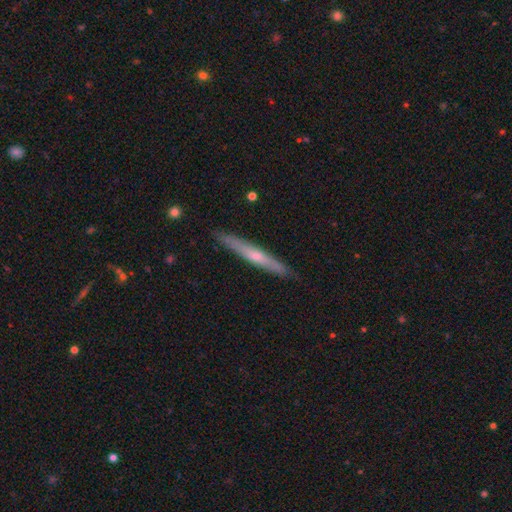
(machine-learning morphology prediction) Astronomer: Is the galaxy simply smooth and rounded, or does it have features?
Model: featured or disk — 57% (runner-up: smooth, 37%).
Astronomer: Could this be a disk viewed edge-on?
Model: yes — 94%.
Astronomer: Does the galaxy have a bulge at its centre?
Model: rounded — 64%.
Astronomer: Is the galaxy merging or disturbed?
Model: none — 90%.